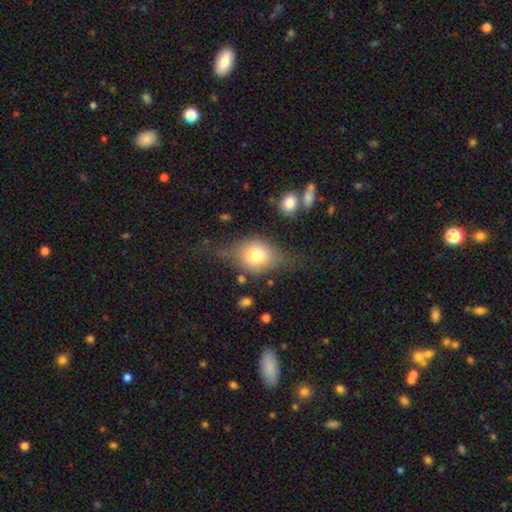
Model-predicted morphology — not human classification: Smooth or featured? Predicted: smooth (p=0.62). How rounded? Predicted: round (p=0.49). Merging? Predicted: none (p=0.52).